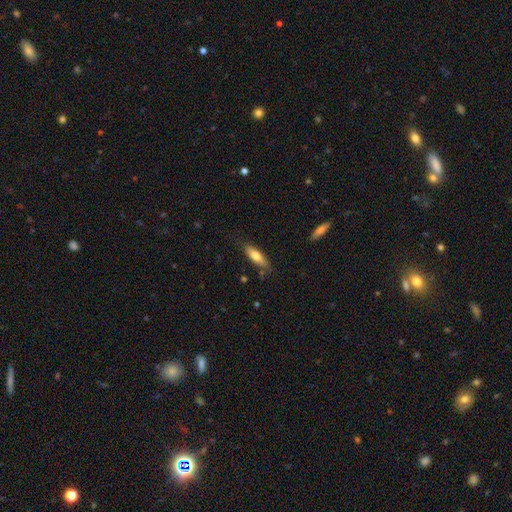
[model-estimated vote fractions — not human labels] Morphology: type=smooth (72%); roundness=cigar-shaped (51%); merging=none (78%).